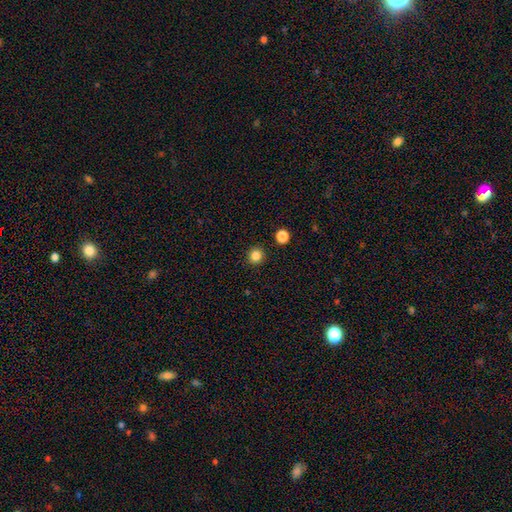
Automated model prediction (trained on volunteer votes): Q: Smooth or featured?
A: smooth (85%); runner-up: star or artifact (12%)
Q: How rounded?
A: round (91%); runner-up: in between (8%)
Q: Merging?
A: none (92%); runner-up: minor disturbance (5%)